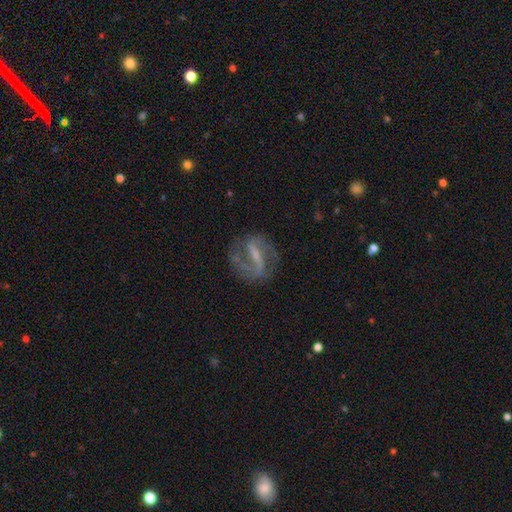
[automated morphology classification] This appears to be a featured or disk galaxy (84%) with a strong bar (62%), 2 (86%) medium (49%) spiral arms (90%) and a small central bulge (43%). Merging: none (73%).